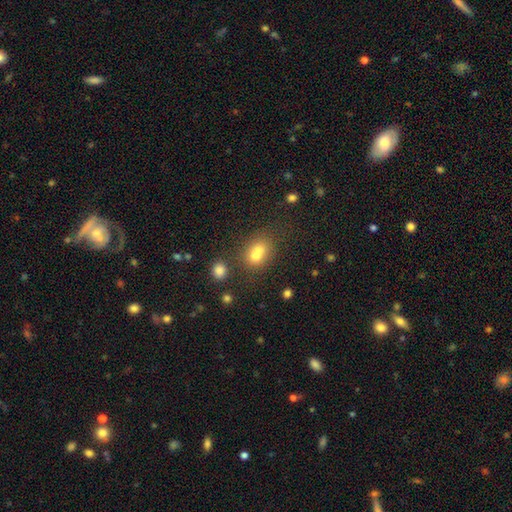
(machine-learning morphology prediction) A smooth galaxy with no disk features (69%) that is in between round and cigar-shaped (61%). Merging: merger (43%).